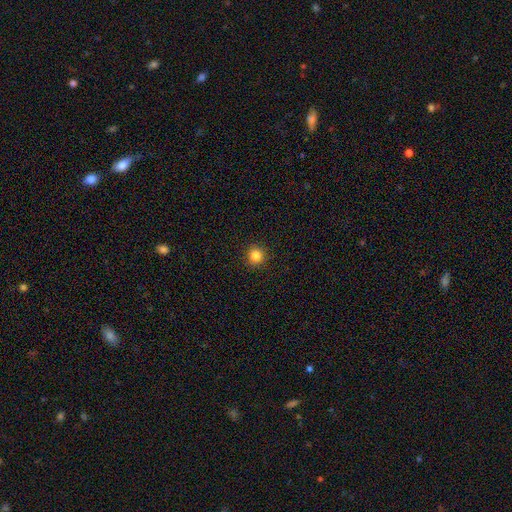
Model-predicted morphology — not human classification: This appears to be a smooth galaxy with no disk features (85%) that is round (95%). Merging: none (92%).